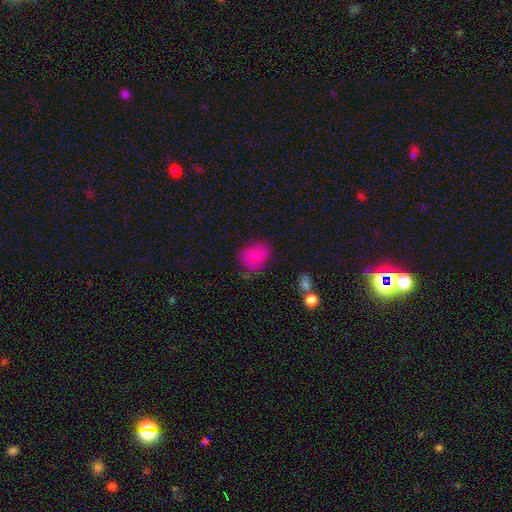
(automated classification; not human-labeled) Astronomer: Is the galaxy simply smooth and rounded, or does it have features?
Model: smooth — 77%.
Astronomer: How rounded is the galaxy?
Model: in between — 51% (runner-up: round, 47%).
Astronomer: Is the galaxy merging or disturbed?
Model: none — 61%.